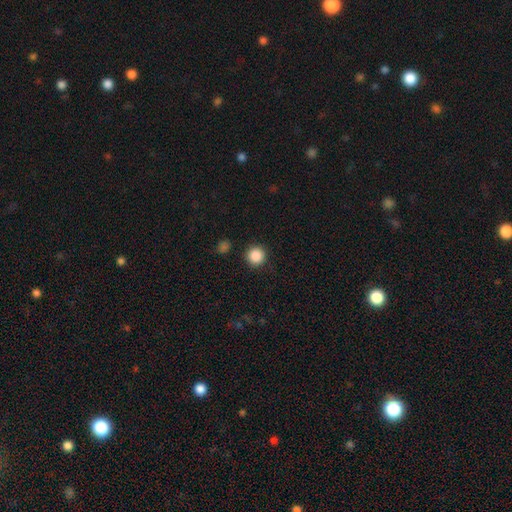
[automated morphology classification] A smooth galaxy with no disk features (88%) that is round (95%). Merging: none (91%).